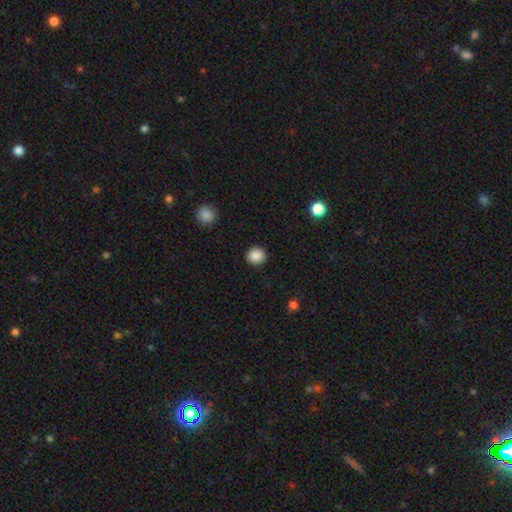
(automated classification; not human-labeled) Smooth or featured? smooth (88%)
How rounded? round (81%)
Merging? none (91%)